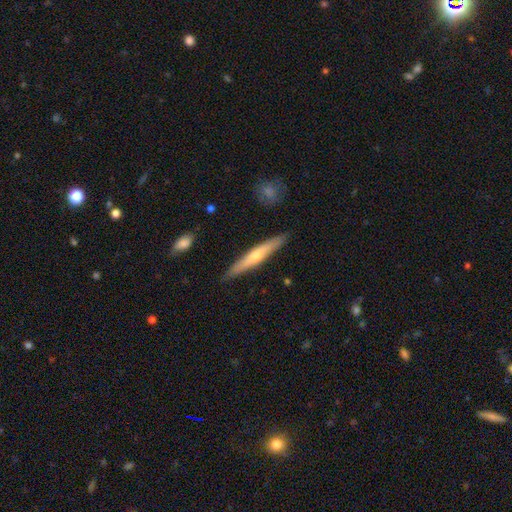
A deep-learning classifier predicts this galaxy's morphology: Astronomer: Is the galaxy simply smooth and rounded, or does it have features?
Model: featured or disk — 52% (runner-up: smooth, 42%).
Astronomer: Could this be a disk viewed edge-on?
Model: yes — 93%.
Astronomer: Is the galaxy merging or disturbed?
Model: none — 89%.